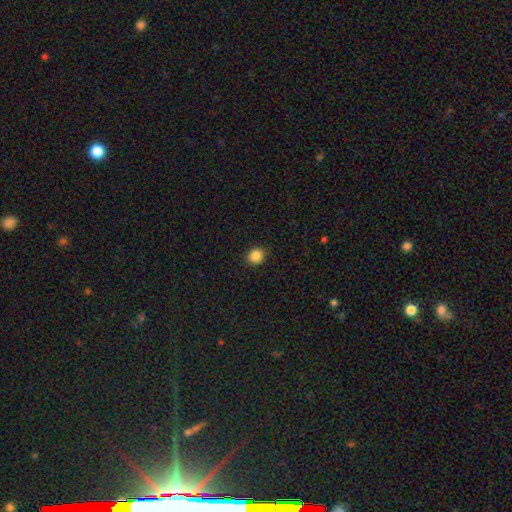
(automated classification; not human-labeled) smooth-or-featured: smooth: 86% | star or artifact: 11% | featured or disk: 4%
  how-rounded: round: 83% | in between: 16% | cigar-shaped: 1%
  merging: none: 90% | minor disturbance: 7% | major disturbance: 2% | merger: 1%